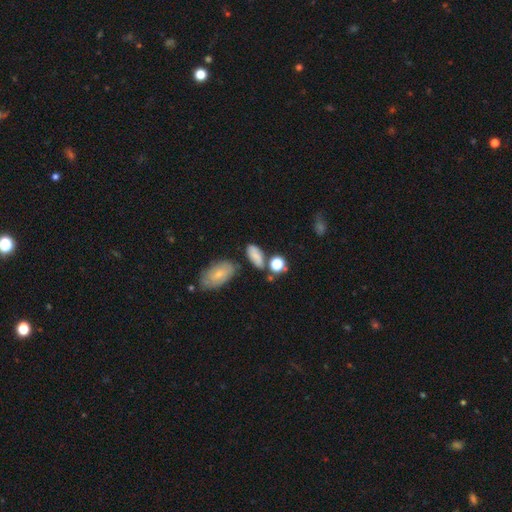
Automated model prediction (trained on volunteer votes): Overall: smooth (74%). How rounded: in between (84%). Merging: none (63%).